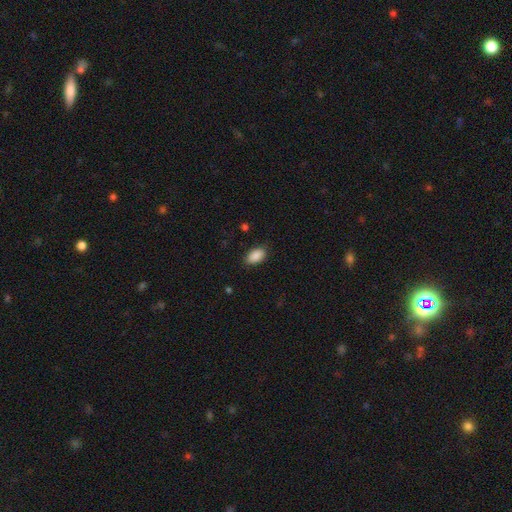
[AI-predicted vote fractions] Smooth or featured? smooth (89%)
How rounded? in between (93%)
Merging? none (85%)